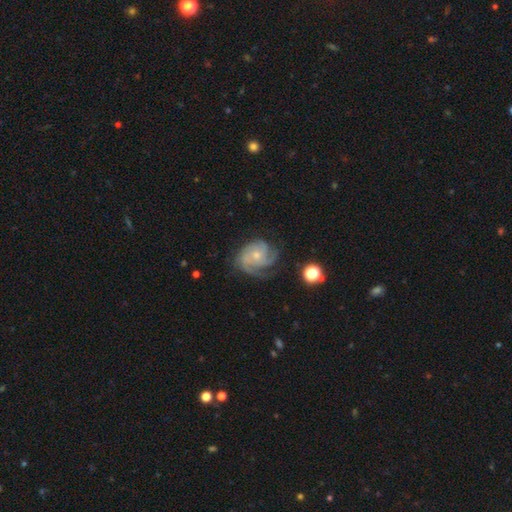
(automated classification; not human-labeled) This is clearly a featured or disk galaxy (84%). It is clearly not viewed edge-on (98%). Bar: likely no (76%). Spiral arm pattern: clearly yes (97%). Spiral arm count: possibly 3 (46%). Spiral winding: possibly tight (59%). Central bulge: possibly small (58%). Merging: likely none (65%).